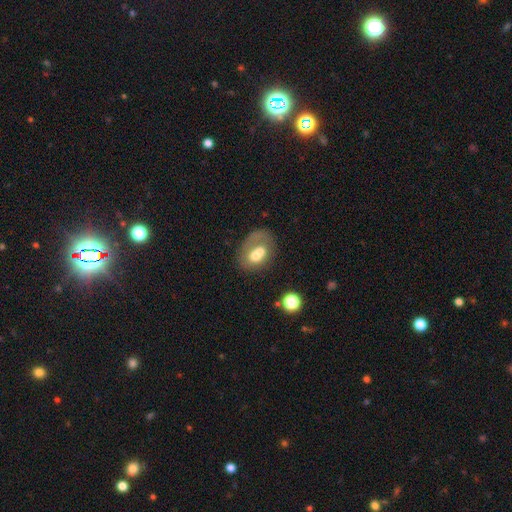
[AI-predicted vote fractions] Smooth or featured: smooth — 55% (featured or disk — 35%)
How rounded: in between — 60% (round — 38%)
Merging: merger — 51% (none — 26%)